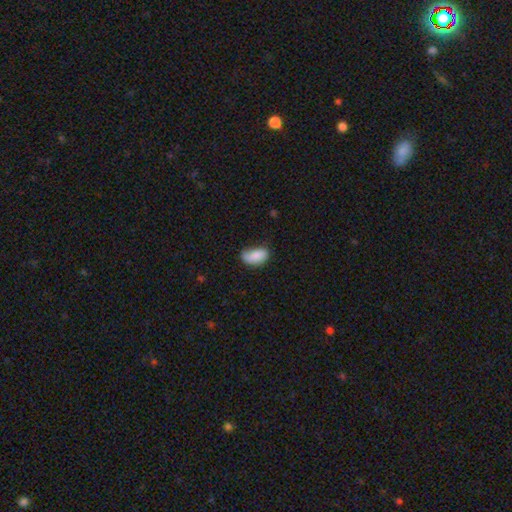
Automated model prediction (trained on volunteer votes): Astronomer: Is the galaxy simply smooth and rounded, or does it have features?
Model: smooth — 83%.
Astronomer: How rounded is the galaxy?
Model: in between — 92%.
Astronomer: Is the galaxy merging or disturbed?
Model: none — 53% (runner-up: minor disturbance, 35%).